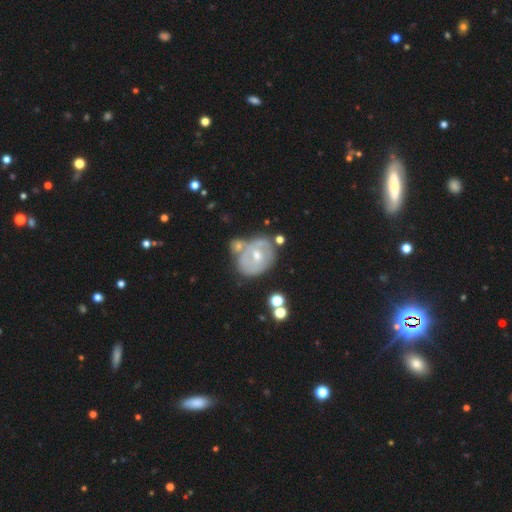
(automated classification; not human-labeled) A featured or disk galaxy (66%) with no bar (53%), spiral arms (59%) and a moderate central bulge (60%).

Vote fractions:
- Smooth or featured? featured or disk: 66% / smooth: 27% / star or artifact: 7%
- Edge-on disk? no: 96% / yes: 4%
- Bar? no: 53% / weak: 37% / strong: 10%
- Spiral arms? yes: 59% / no: 41%
- Bulge size? moderate: 60% / small: 36% / large: 2% / none: 1% / dominant: 1%
- Merging? none: 48% / merger: 22% / minor disturbance: 21% / major disturbance: 9%